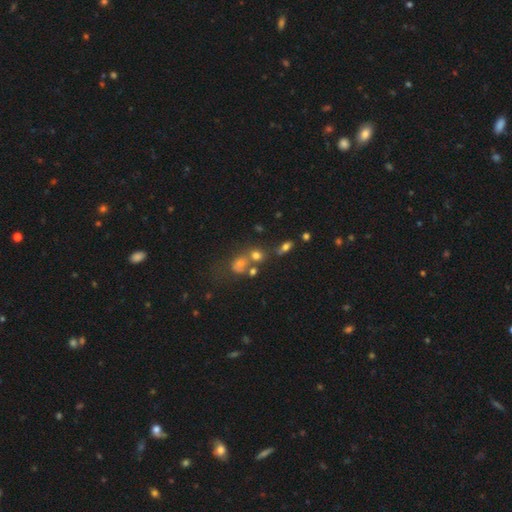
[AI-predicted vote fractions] smooth_or_featured: smooth (p=0.57) [alt: star or artifact p=0.25]
how_rounded: round (p=0.67) [alt: in between p=0.31]
merging: none (p=0.41) [alt: merger p=0.40]